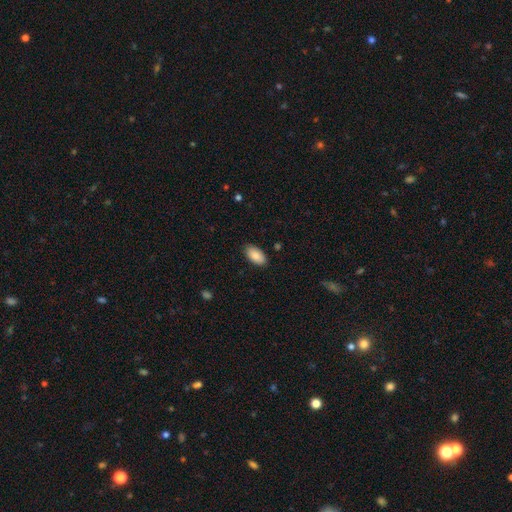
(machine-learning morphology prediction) This appears to be a smooth galaxy with no disk features (88%) that is in between round and cigar-shaped (95%). Merging: none (87%).